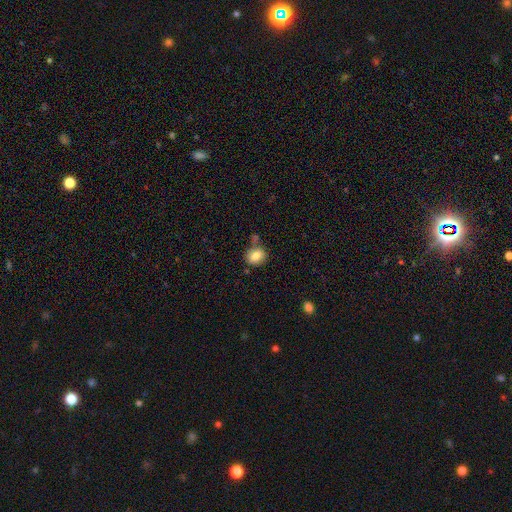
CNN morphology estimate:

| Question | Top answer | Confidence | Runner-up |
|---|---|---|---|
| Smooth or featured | smooth | 81% | star or artifact (9%) |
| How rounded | round | 61% | in between (38%) |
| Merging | none | 68% | minor disturbance (15%) |